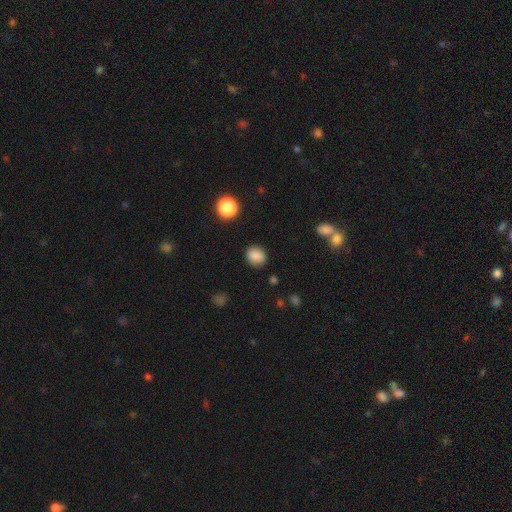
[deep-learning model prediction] Smooth or featured? Predicted: smooth (p=0.85). How rounded? Predicted: round (p=0.70). Merging? Predicted: none (p=0.85).